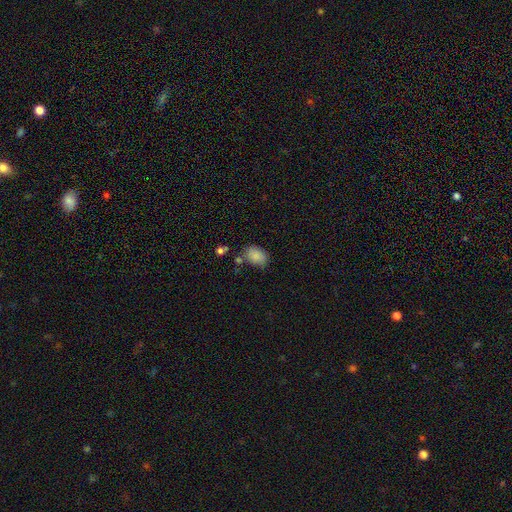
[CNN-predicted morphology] smooth-or-featured: smooth: 85% | star or artifact: 8% | featured or disk: 6%
  how-rounded: in between: 78% | round: 21% | cigar-shaped: 1%
  merging: none: 67% | minor disturbance: 21% | merger: 7% | major disturbance: 5%